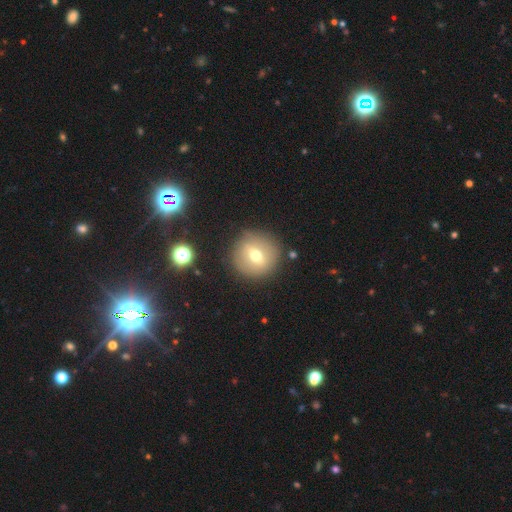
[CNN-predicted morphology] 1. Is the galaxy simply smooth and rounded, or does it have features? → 54% smooth, 34% featured or disk, 12% star or artifact.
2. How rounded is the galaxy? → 92% round, 7% in between, 1% cigar-shaped.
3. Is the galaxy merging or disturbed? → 85% none, 9% minor disturbance, 4% major disturbance, 2% merger.